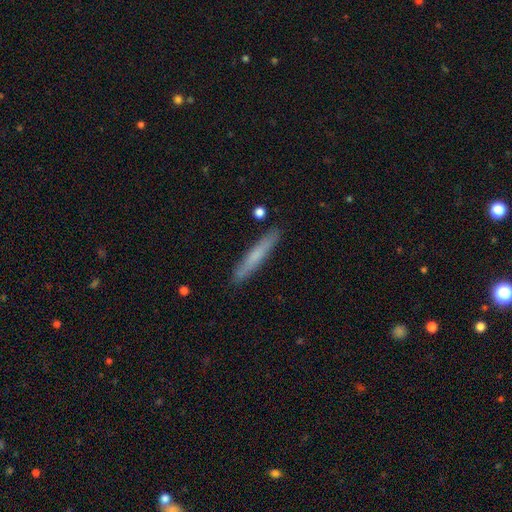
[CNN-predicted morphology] Overall: smooth (64%; featured or disk 29%). How rounded: cigar-shaped (95%). Merging: none (89%).